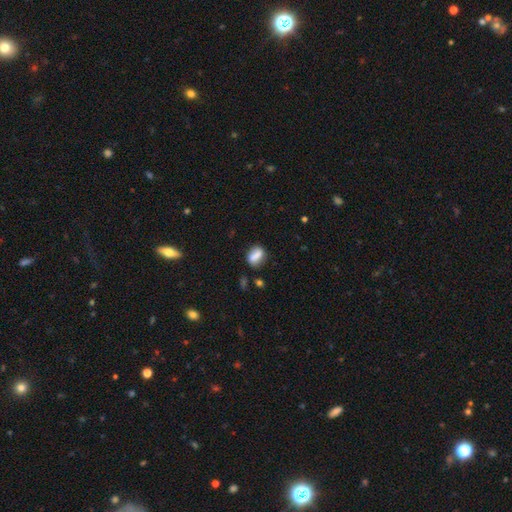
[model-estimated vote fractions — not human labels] Smooth or featured?
  - smooth: 75% *
  - featured or disk: 17%
  - star or artifact: 9%
How rounded?
  - in between: 69% *
  - round: 23%
  - cigar-shaped: 8%
Merging?
  - none: 72% *
  - minor disturbance: 17%
  - merger: 6%
  - major disturbance: 5%